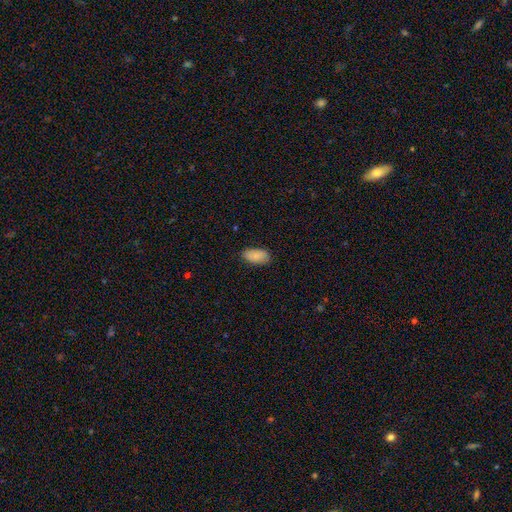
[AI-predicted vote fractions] Smooth or featured? Predicted: smooth (p=0.85). How rounded? Predicted: in between (p=0.94). Merging? Predicted: none (p=0.84).